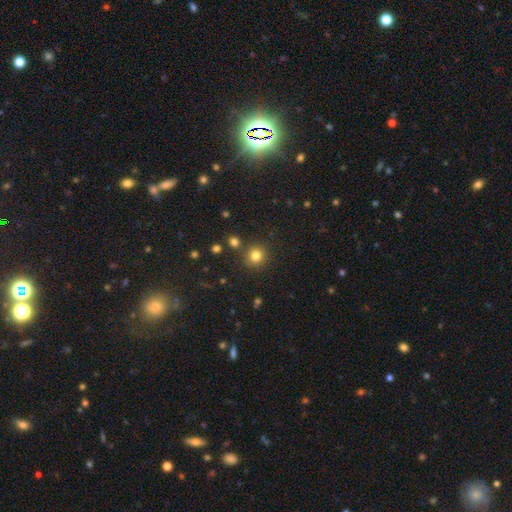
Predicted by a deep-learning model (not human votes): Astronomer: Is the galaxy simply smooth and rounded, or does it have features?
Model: smooth — 79%.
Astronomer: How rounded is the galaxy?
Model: round — 91%.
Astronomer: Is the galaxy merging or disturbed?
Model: none — 83%.